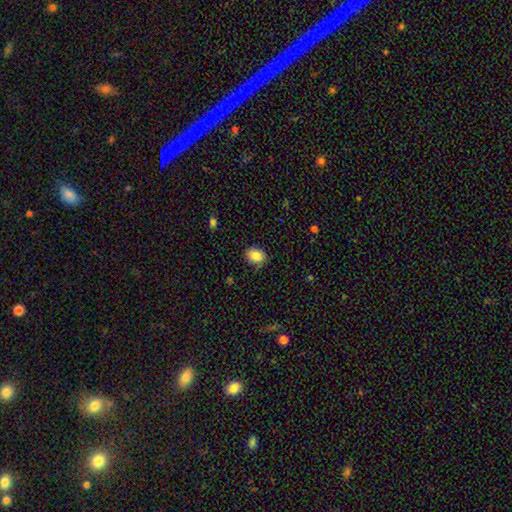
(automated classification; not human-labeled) Smooth or featured? smooth (86%)
How rounded? in between (54%)
Merging? none (85%)